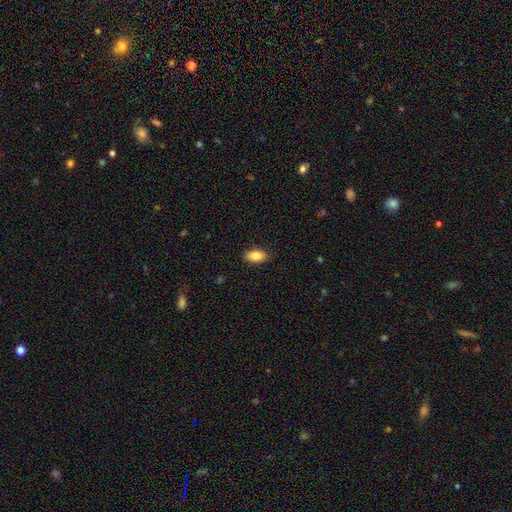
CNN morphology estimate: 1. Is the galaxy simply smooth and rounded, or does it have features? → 86% smooth, 7% star or artifact, 7% featured or disk.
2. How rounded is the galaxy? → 93% in between, 4% round, 3% cigar-shaped.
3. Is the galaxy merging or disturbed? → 88% none, 9% minor disturbance, 2% major disturbance, 1% merger.